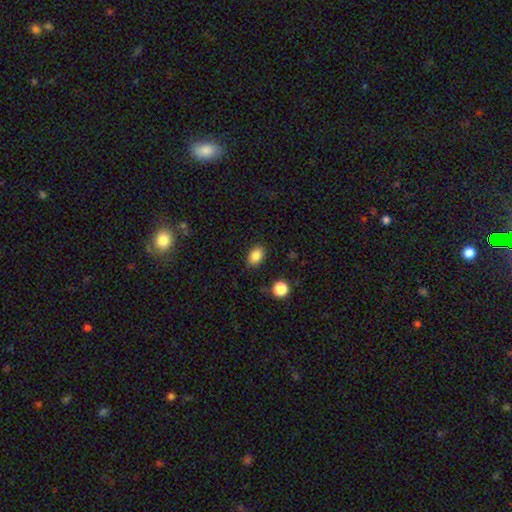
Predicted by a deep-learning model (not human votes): Q: Smooth or featured?
A: smooth (85%); runner-up: star or artifact (9%)
Q: How rounded?
A: in between (84%); runner-up: round (14%)
Q: Merging?
A: none (86%); runner-up: minor disturbance (10%)